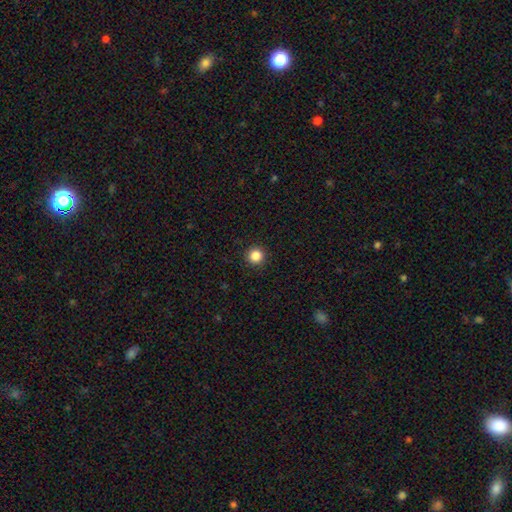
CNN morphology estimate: Overall: smooth (85%). How rounded: round (96%). Merging: none (93%).